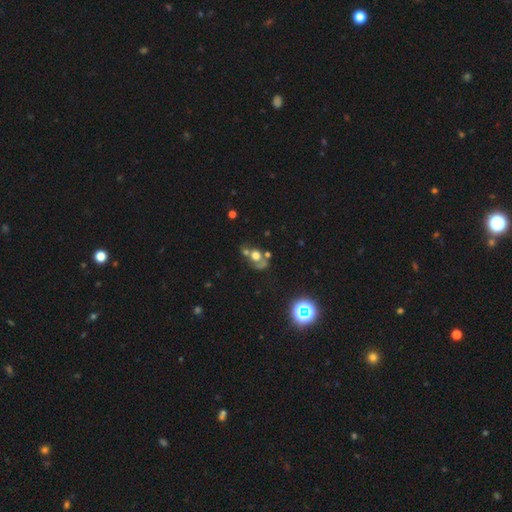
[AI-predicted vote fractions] Smooth or featured? Predicted: smooth (p=0.48). Merging? Predicted: merger (p=0.37).